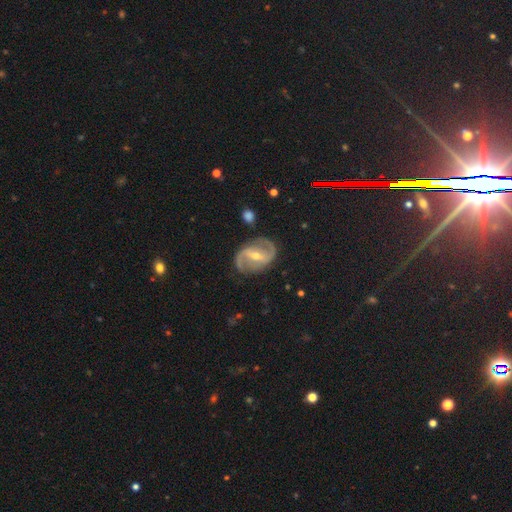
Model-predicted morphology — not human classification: Q: Smooth or featured?
A: featured or disk (89%); runner-up: star or artifact (6%)
Q: Edge-on disk?
A: no (97%); runner-up: yes (3%)
Q: Bar?
A: strong (53%); runner-up: weak (33%)
Q: Spiral arms?
A: yes (96%); runner-up: no (4%)
Q: Spiral winding?
A: medium (51%); runner-up: loose (27%)
Q: Spiral arm count?
A: 2 (92%); runner-up: can't tell (3%)
Q: Bulge size?
A: small (49%); runner-up: moderate (47%)
Q: Merging?
A: none (81%); runner-up: minor disturbance (13%)